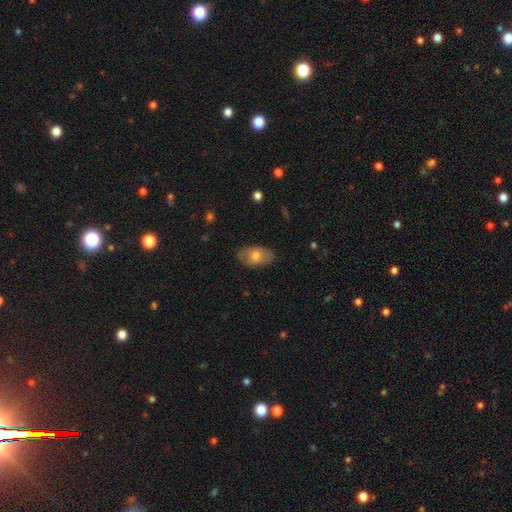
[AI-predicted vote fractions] Q: Smooth or featured?
A: smooth (70%); runner-up: featured or disk (23%)
Q: How rounded?
A: in between (91%); runner-up: round (7%)
Q: Merging?
A: none (79%); runner-up: minor disturbance (16%)